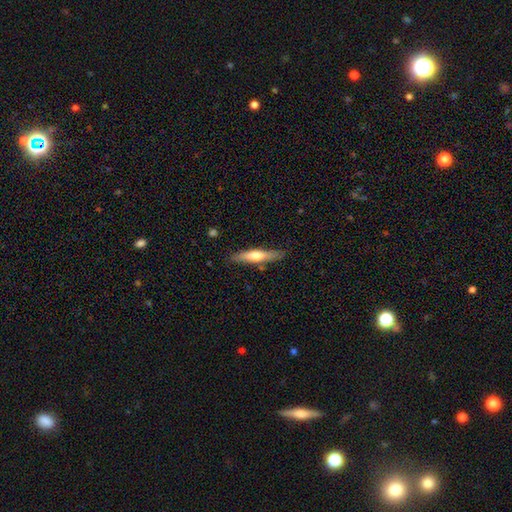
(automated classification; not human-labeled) A smooth galaxy with no disk features (50%) that is cigar-shaped (85%).

Vote fractions:
- Smooth or featured? smooth: 50% / featured or disk: 44% / star or artifact: 6%
- How rounded? cigar-shaped: 85% / in between: 14% / round: 2%
- Merging? none: 84% / minor disturbance: 12% / major disturbance: 2% / merger: 2%